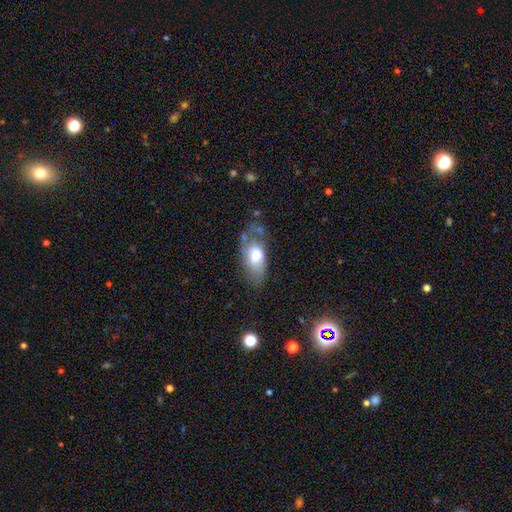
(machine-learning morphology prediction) Q: Smooth or featured?
A: smooth (57%); runner-up: featured or disk (36%)
Q: How rounded?
A: in between (90%); runner-up: cigar-shaped (5%)
Q: Merging?
A: none (38%); runner-up: minor disturbance (30%)